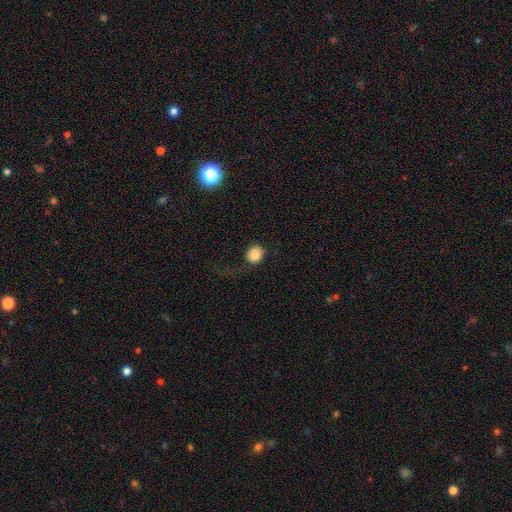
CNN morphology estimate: Smooth or featured?
  - smooth: 80% *
  - featured or disk: 10%
  - star or artifact: 10%
How rounded?
  - round: 70% *
  - in between: 29%
  - cigar-shaped: 1%
Merging?
  - none: 46% *
  - major disturbance: 27%
  - minor disturbance: 22%
  - merger: 4%